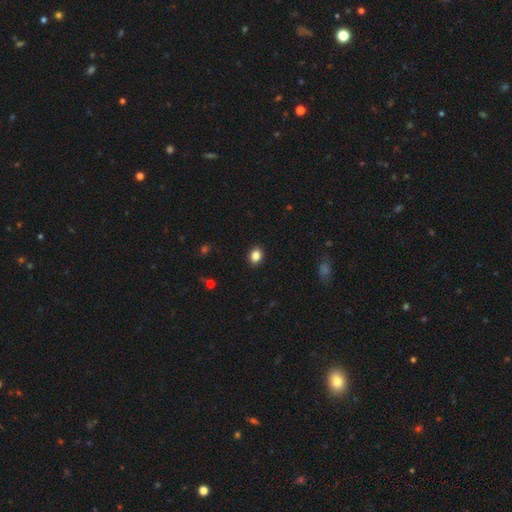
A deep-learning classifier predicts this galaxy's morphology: smooth_or_featured: smooth (p=0.86) [alt: star or artifact p=0.10]
how_rounded: in between (p=0.60) [alt: round p=0.39]
merging: none (p=0.90) [alt: minor disturbance p=0.07]